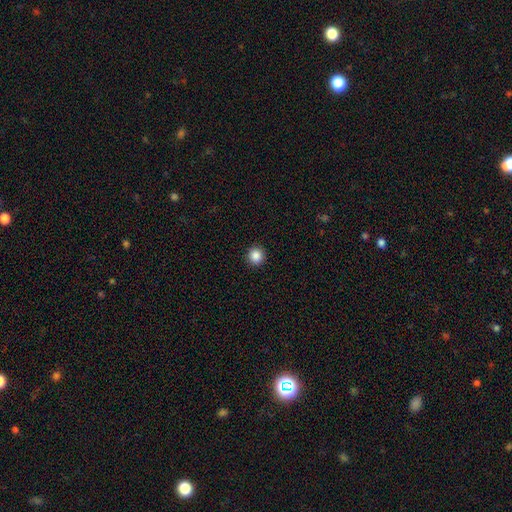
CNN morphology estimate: A smooth galaxy with no disk features (87%) that is round (94%).

Vote fractions:
- Smooth or featured? smooth: 87% / star or artifact: 10% / featured or disk: 3%
- How rounded? round: 94% / in between: 5% / cigar-shaped: 1%
- Merging? none: 93% / minor disturbance: 4% / major disturbance: 2% / merger: 1%